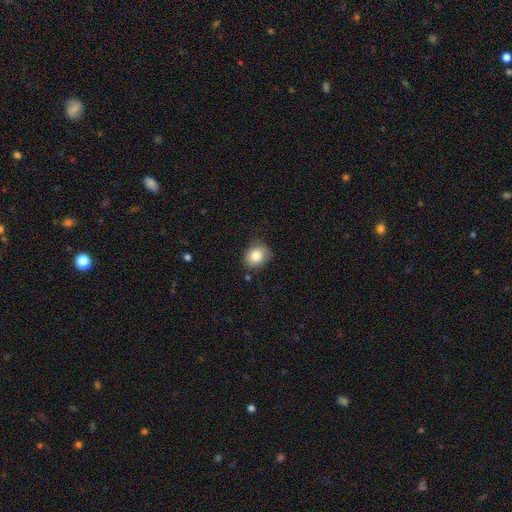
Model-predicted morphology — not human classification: smooth_or_featured: smooth (p=0.82) [alt: star or artifact p=0.09]
how_rounded: round (p=0.62) [alt: in between p=0.37]
merging: none (p=0.79) [alt: minor disturbance p=0.16]